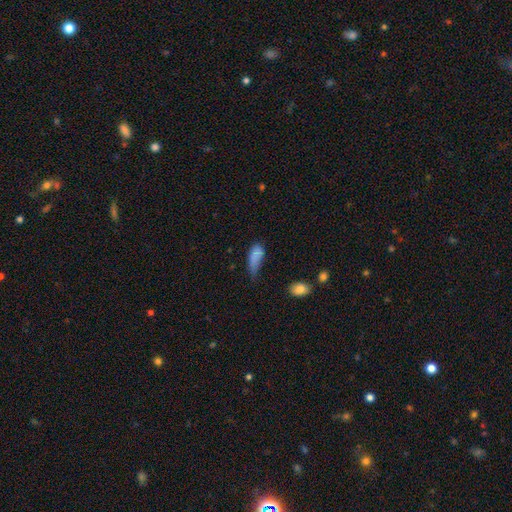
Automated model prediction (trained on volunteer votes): Smooth or featured: smooth — 79% (featured or disk — 11%)
How rounded: in between — 83% (cigar-shaped — 12%)
Merging: minor disturbance — 40% (major disturbance — 33%)